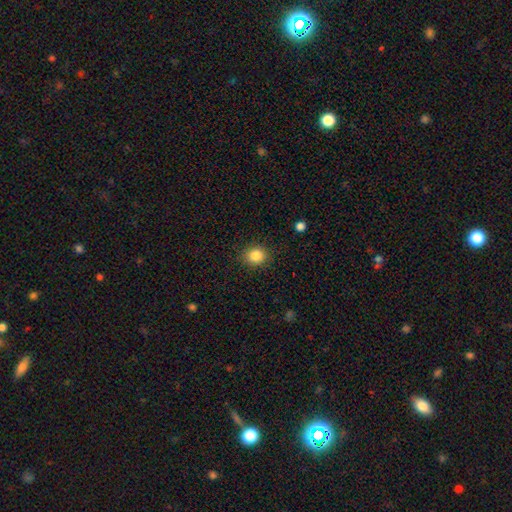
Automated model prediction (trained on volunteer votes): smooth 85%, star or artifact 11%, featured or disk 5%. Down the decision tree: how rounded — round (78%); merging — none (89%).